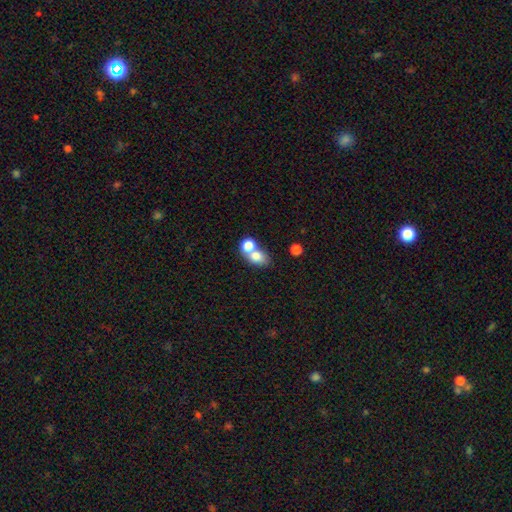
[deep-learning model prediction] Smooth or featured? Predicted: smooth (p=0.76). How rounded? Predicted: in between (p=0.57). Merging? Predicted: merger (p=0.56).